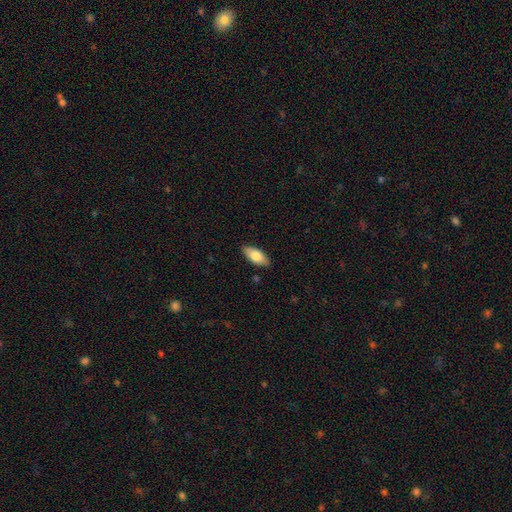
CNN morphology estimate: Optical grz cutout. It shows a smooth galaxy with no disk features (79%) that is in between round and cigar-shaped (87%). Merging: none (87%).